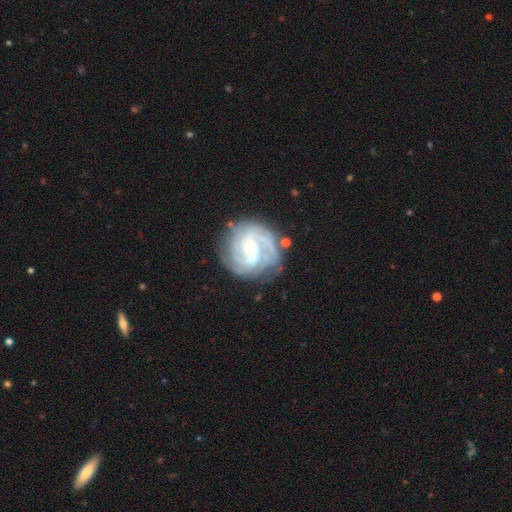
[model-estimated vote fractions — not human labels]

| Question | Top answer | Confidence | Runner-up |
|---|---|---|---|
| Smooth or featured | featured or disk | 90% | smooth (5%) |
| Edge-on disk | no | 98% | yes (2%) |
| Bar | no | 59% | weak (32%) |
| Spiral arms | yes | 98% | no (2%) |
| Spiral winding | tight | 65% | medium (30%) |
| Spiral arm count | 3 | 34% | 2 (29%) |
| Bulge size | small | 55% | moderate (41%) |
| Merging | none | 76% | minor disturbance (16%) |